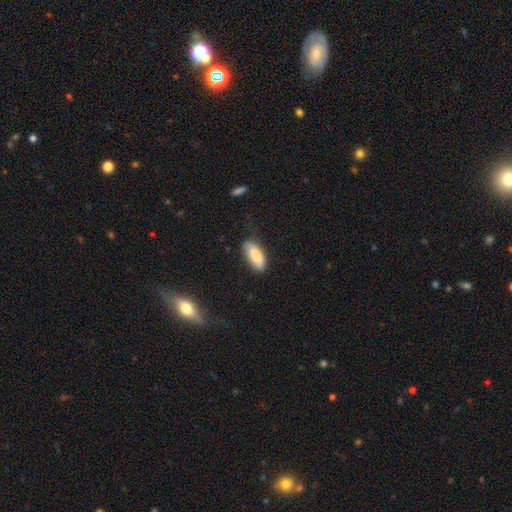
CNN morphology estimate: Overall: smooth (85%). How rounded: in between (85%). Merging: none (70%).